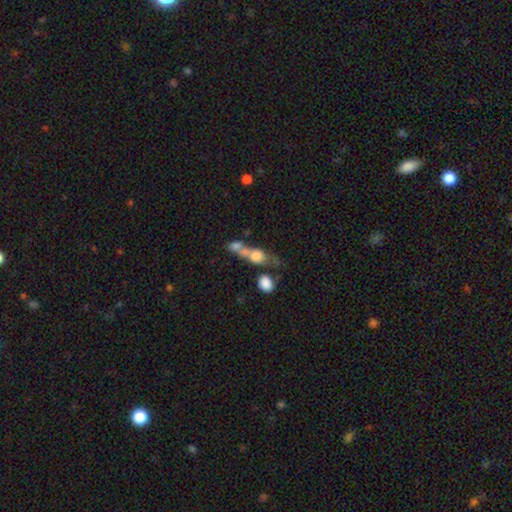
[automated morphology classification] Overall: smooth (59%; featured or disk 30%). How rounded: in between (46%; round 35%). Merging: merger (59%).